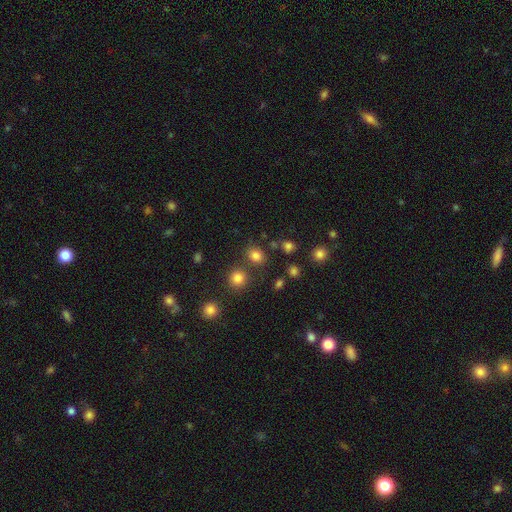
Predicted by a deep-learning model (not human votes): Overall: smooth (80%). How rounded: round (57%; in between 42%). Merging: none (76%).